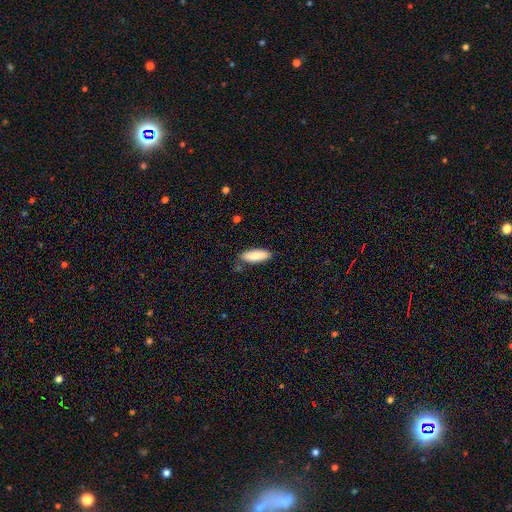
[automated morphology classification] smooth-or-featured: smooth: 84% | featured or disk: 10% | star or artifact: 6%
  how-rounded: in between: 61% | cigar-shaped: 37% | round: 2%
  merging: none: 83% | minor disturbance: 13% | merger: 3% | major disturbance: 2%